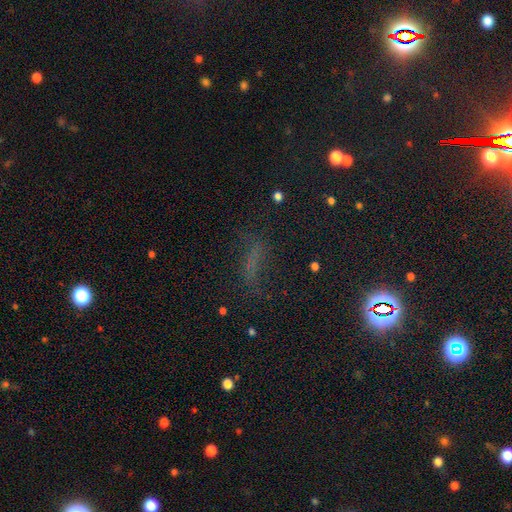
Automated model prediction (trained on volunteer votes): smooth-or-featured: star or artifact: 41% | smooth: 34% | featured or disk: 25%